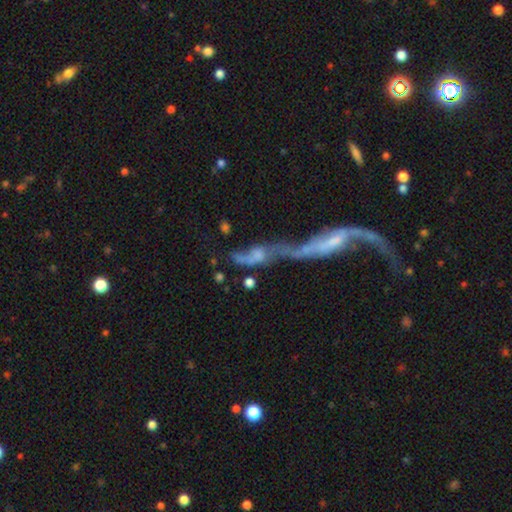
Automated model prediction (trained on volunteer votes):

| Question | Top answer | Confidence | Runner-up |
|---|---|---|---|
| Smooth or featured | featured or disk | 55% | smooth (31%) |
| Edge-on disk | no | 75% | yes (25%) |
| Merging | merger | 74% | major disturbance (12%) |